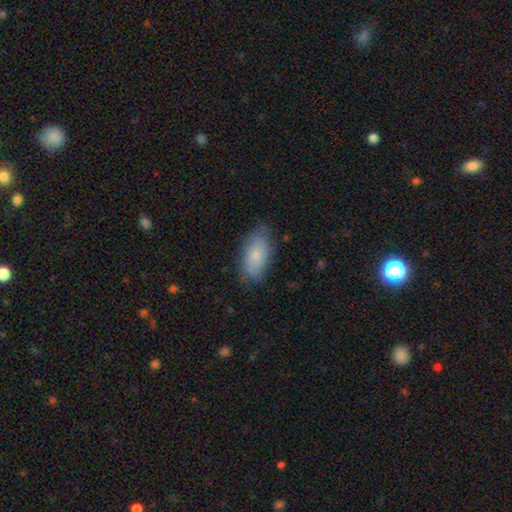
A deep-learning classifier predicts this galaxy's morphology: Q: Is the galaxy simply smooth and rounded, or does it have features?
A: smooth — 77%.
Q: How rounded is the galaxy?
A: in between — 92%.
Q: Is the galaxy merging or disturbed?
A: none — 77%.